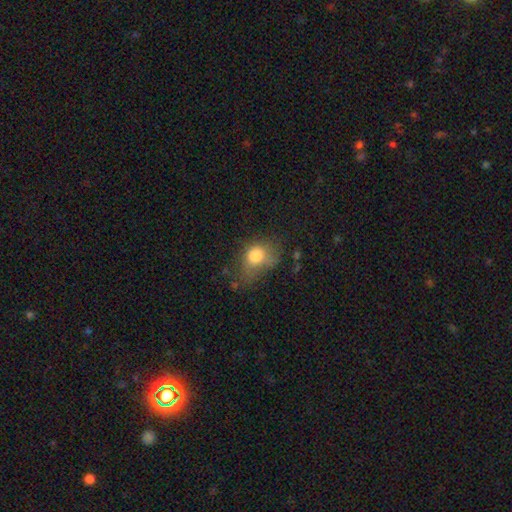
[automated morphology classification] smooth-or-featured: smooth: 74% | featured or disk: 15% | star or artifact: 11%
  how-rounded: in between: 60% | round: 39% | cigar-shaped: 2%
  merging: major disturbance: 35% | minor disturbance: 31% | none: 28% | merger: 6%